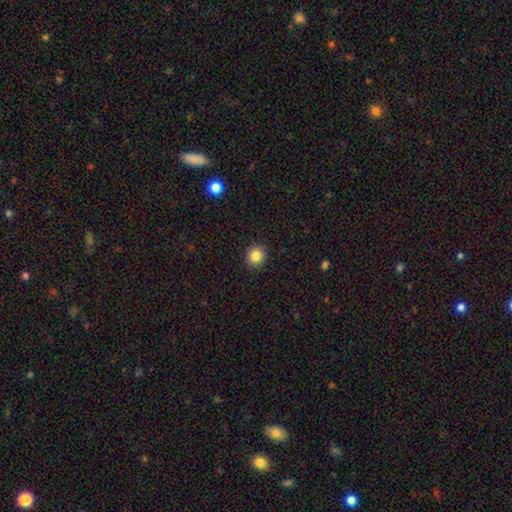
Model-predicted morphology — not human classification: This appears to be a smooth galaxy with no disk features (84%) that is round (86%). Merging: none (91%).